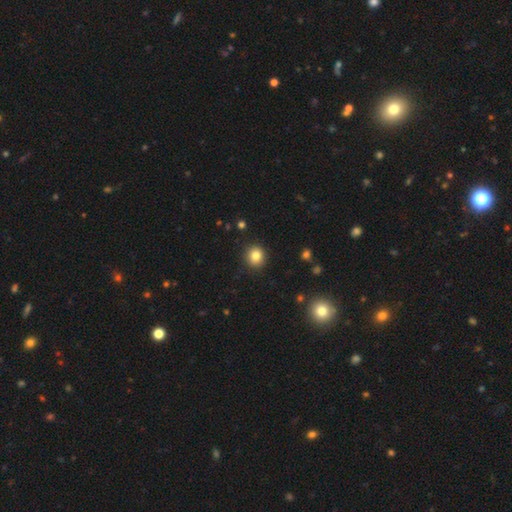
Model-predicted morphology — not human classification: Smooth or featured? smooth (82%)
How rounded? round (88%)
Merging? none (91%)